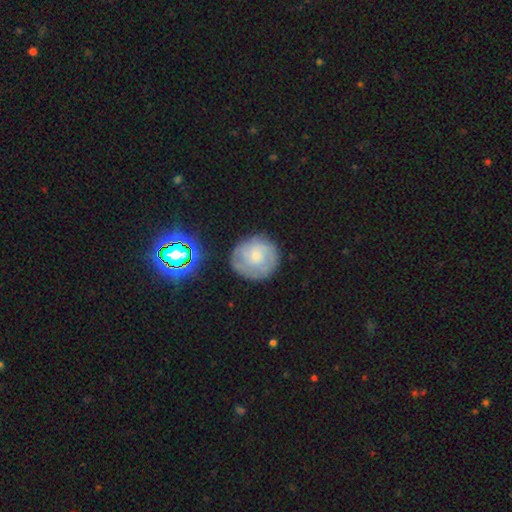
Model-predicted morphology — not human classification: type=featured or disk (56%); edge-on=no (98%); bar=no (73%); spiral arms=yes (82%); bulge=small (55%); merging=none (76%).